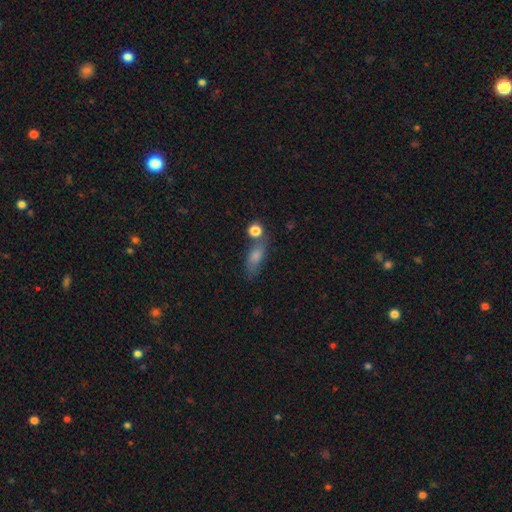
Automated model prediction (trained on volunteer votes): smooth-or-featured: smooth: 73% | featured or disk: 16% | star or artifact: 11%
  how-rounded: in between: 66% | cigar-shaped: 23% | round: 11%
  merging: none: 50% | merger: 21% | minor disturbance: 19% | major disturbance: 10%